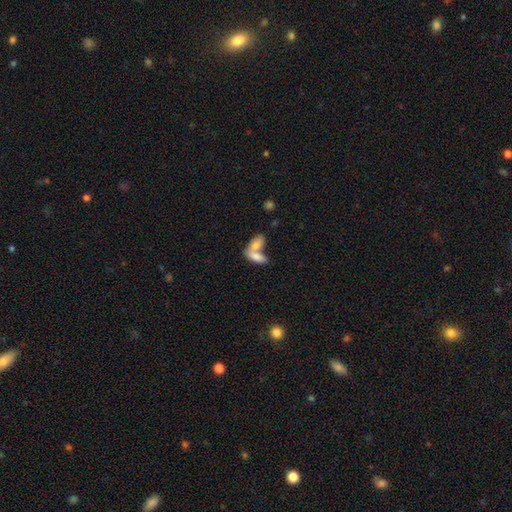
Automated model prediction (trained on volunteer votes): smooth-or-featured: smooth: 77% | featured or disk: 16% | star or artifact: 7%
  how-rounded: in between: 83% | cigar-shaped: 13% | round: 4%
  merging: merger: 68% | none: 22% | minor disturbance: 6% | major disturbance: 4%